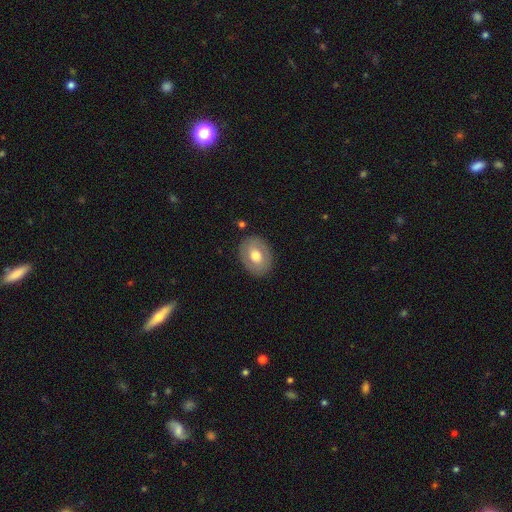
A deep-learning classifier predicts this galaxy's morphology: Smooth or featured: smooth — 63% (featured or disk — 30%)
How rounded: in between — 62% (round — 37%)
Merging: none — 86% (minor disturbance — 9%)